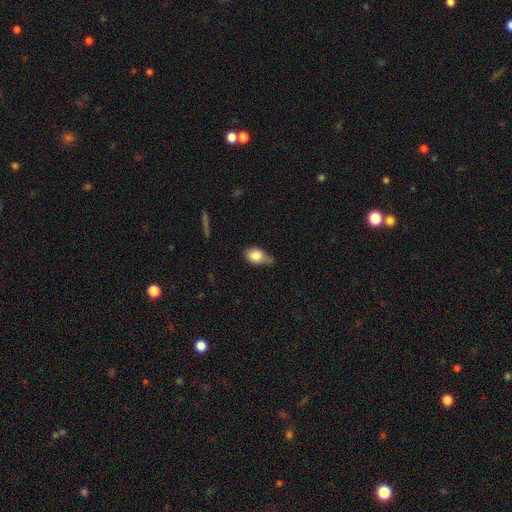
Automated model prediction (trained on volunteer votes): A smooth galaxy with no disk features (82%) that is in between round and cigar-shaped (75%). Merging: minor disturbance (46%).